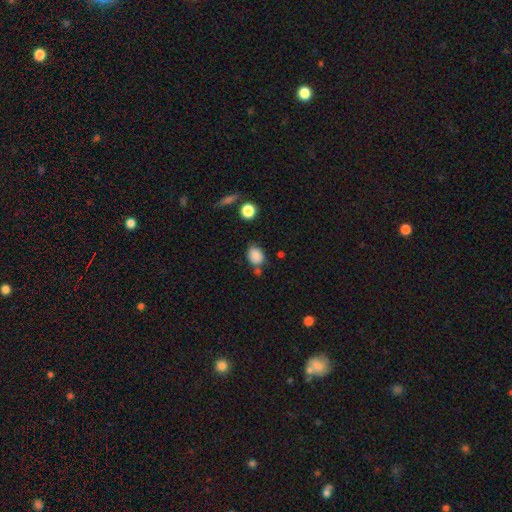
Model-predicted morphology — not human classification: Smooth or featured? Predicted: smooth (p=0.84). How rounded? Predicted: in between (p=0.56). Merging? Predicted: none (p=0.59).